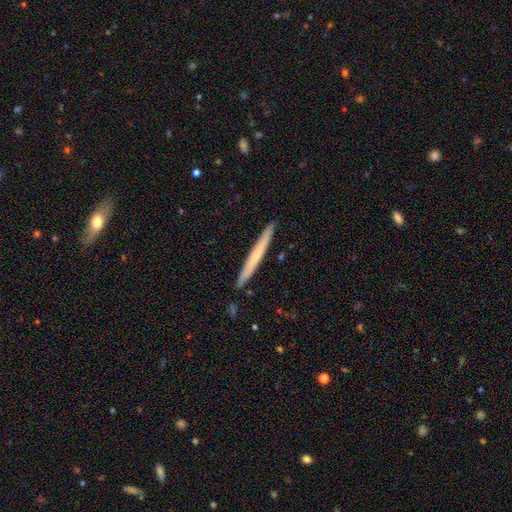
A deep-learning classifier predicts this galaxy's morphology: The model was most divided on "smooth or featured": smooth: 51%, featured or disk: 44%, star or artifact: 6%. More confident: how rounded — cigar-shaped (97%); merging — none (91%).